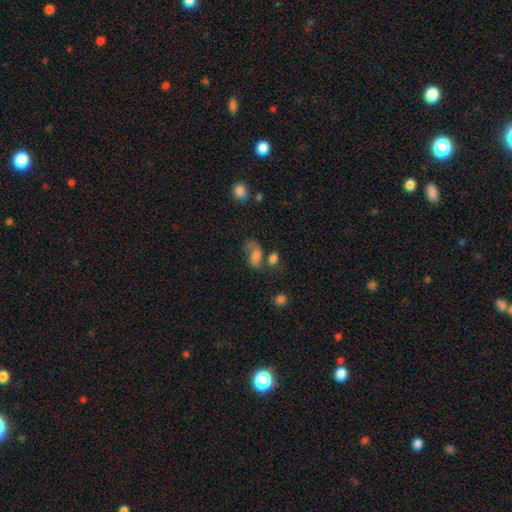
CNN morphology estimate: The model was most divided on "merging": none: 33%, major disturbance: 27%, minor disturbance: 21%, merger: 20%. More confident: how rounded — in between (85%); smooth or featured — smooth (57%).